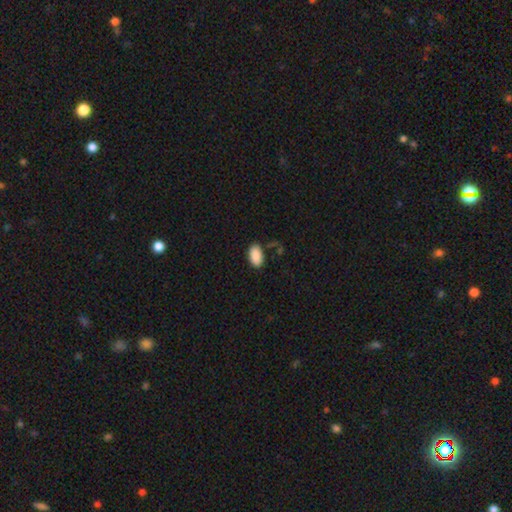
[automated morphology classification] This appears to be a smooth galaxy with no disk features (89%) that is in between round and cigar-shaped (95%). Merging: none (79%).